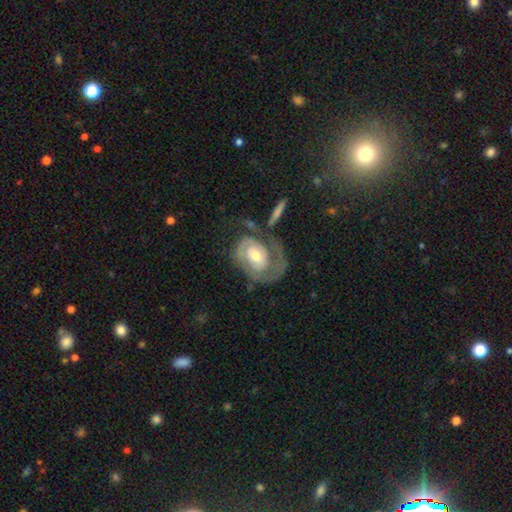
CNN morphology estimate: A featured or disk galaxy (80%) with no bar (58%), 2 (42%) tight (60%) spiral arms (88%) and a moderate central bulge (62%).

Vote fractions:
- Smooth or featured? featured or disk: 80% / smooth: 15% / star or artifact: 5%
- Edge-on disk? no: 96% / yes: 4%
- Bar? no: 58% / weak: 34% / strong: 9%
- Spiral arms? yes: 88% / no: 12%
- Spiral winding? tight: 60% / medium: 30% / loose: 10%
- Spiral arm count? 2: 42% / 1: 29% / can't tell: 21% / 3: 5% / 4: 2% / more than 4: 2%
- Bulge size? moderate: 62% / small: 26% / large: 10% / none: 1% / dominant: 1%
- Merging? none: 42% / major disturbance: 31% / minor disturbance: 19% / merger: 8%